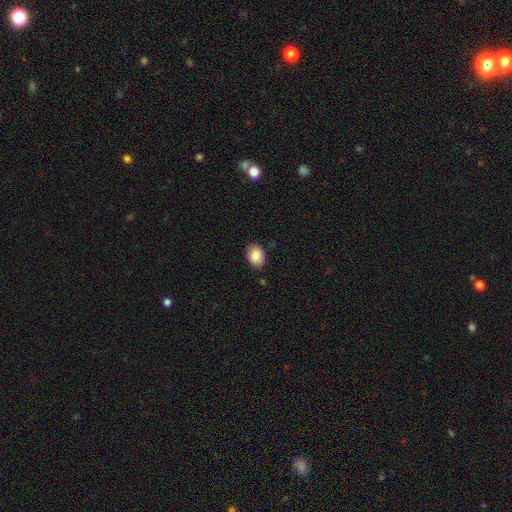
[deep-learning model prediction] A smooth galaxy with no disk features (86%) that is in between round and cigar-shaped (80%).

Vote fractions:
- Smooth or featured? smooth: 86% / star or artifact: 7% / featured or disk: 6%
- How rounded? in between: 80% / round: 19% / cigar-shaped: 1%
- Merging? none: 83% / minor disturbance: 14% / major disturbance: 2% / merger: 1%